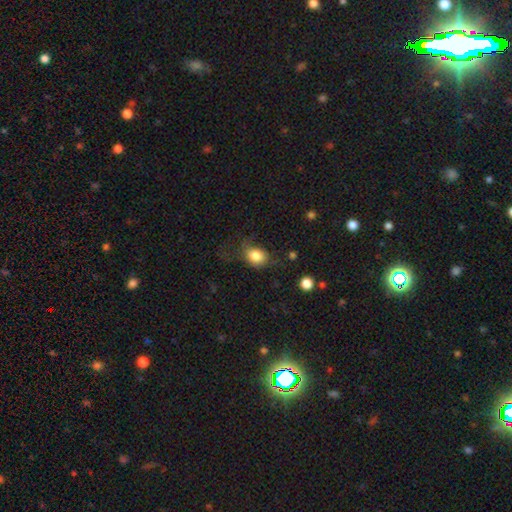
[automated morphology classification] A smooth galaxy with no disk features (82%) that is round (50%). Merging: none (52%).